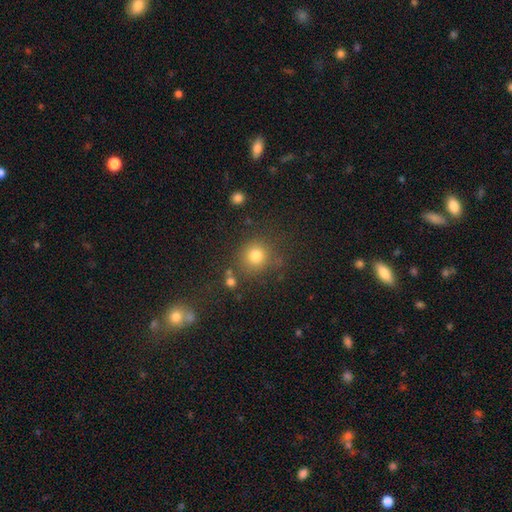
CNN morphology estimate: A smooth galaxy with no disk features (79%) that is round (90%). Merging: none (76%).